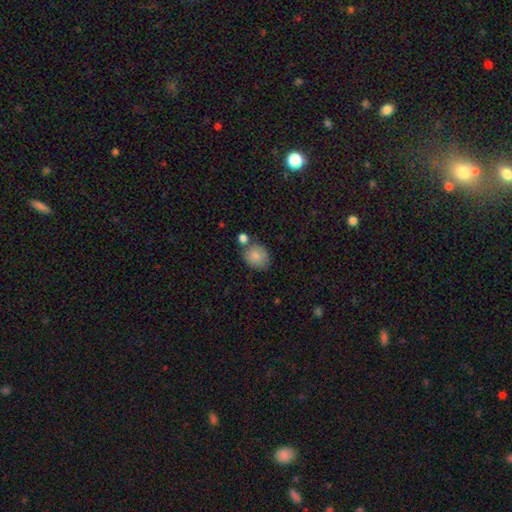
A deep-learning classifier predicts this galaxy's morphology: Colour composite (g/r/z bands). It shows a smooth galaxy with no disk features (84%) that is round (65%). Merging: none (62%).